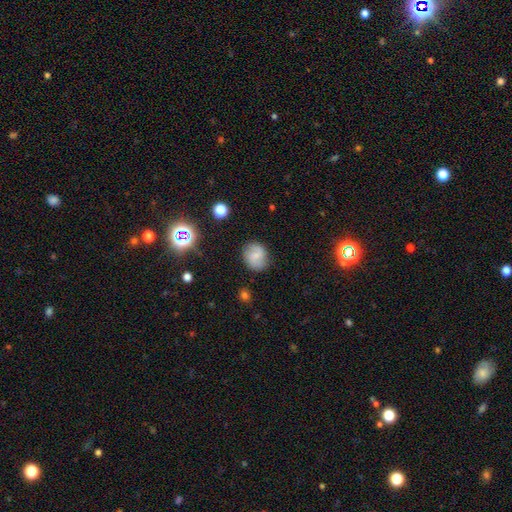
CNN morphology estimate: A smooth galaxy with no disk features (63%) that is round (74%).

Vote fractions:
- Smooth or featured? smooth: 63% / featured or disk: 26% / star or artifact: 11%
- How rounded? round: 74% / in between: 25% / cigar-shaped: 1%
- Merging? none: 82% / minor disturbance: 13% / major disturbance: 4% / merger: 2%